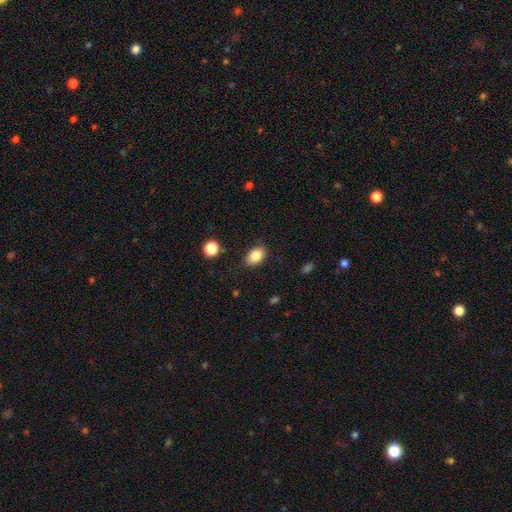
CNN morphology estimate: type=smooth (85%); roundness=in between (85%); merging=none (83%).